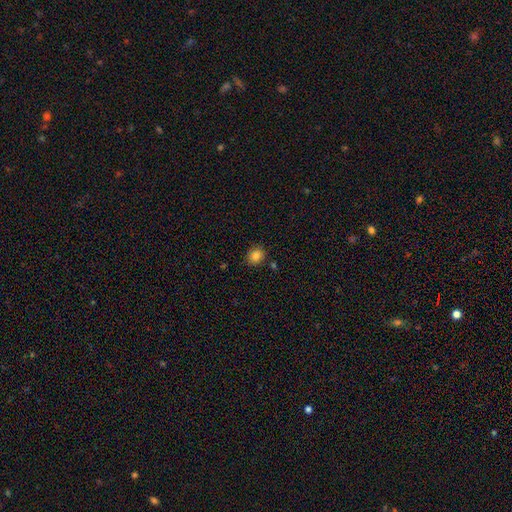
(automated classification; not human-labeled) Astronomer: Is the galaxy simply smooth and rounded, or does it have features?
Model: smooth — 84%.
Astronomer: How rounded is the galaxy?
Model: round — 69%.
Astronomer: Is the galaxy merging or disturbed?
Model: none — 84%.